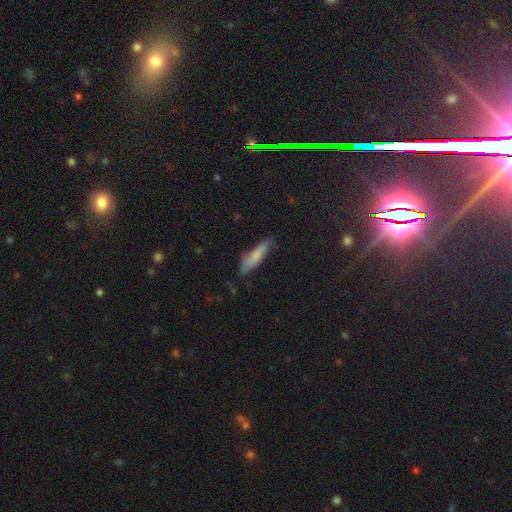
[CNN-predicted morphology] Smooth or featured: smooth — 74% (featured or disk — 19%)
How rounded: cigar-shaped — 67% (in between — 31%)
Merging: none — 70% (minor disturbance — 24%)